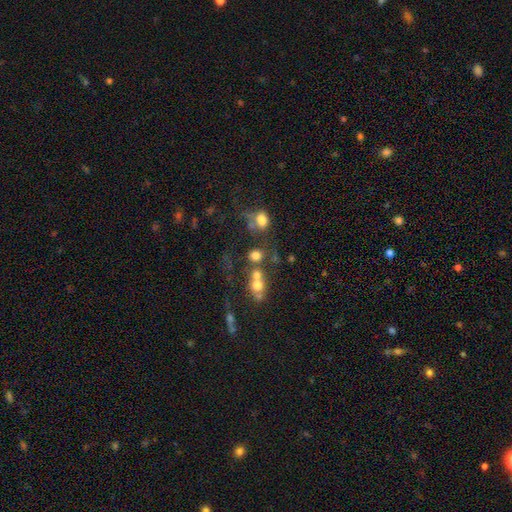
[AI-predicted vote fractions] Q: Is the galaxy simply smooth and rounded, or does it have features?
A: smooth — 69%.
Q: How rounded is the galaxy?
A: round — 76%.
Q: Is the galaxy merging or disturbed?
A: none — 44%.